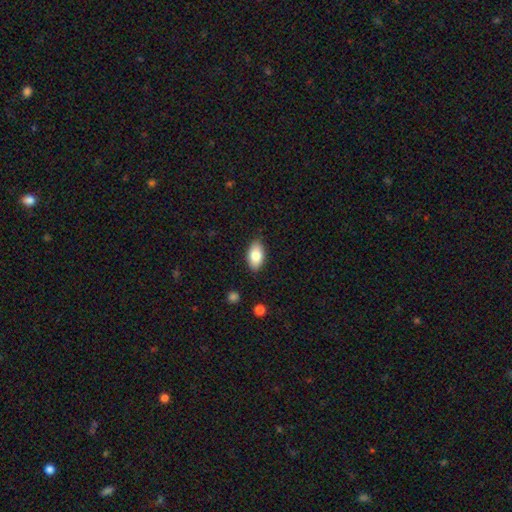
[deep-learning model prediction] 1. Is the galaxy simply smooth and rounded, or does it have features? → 82% smooth, 11% featured or disk, 7% star or artifact.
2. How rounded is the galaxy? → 93% in between, 4% round, 3% cigar-shaped.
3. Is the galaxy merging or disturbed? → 86% none, 11% minor disturbance, 2% major disturbance, 1% merger.